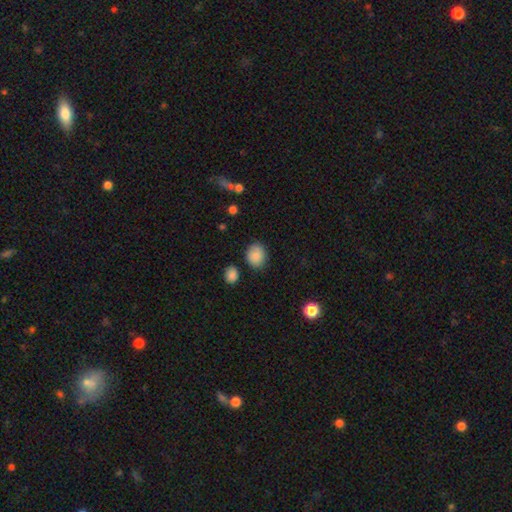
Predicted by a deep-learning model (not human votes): Overall: smooth (87%). How rounded: round (51%; in between 48%). Merging: none (81%).